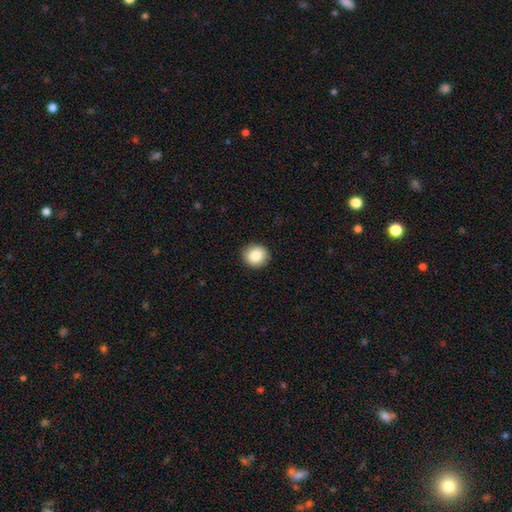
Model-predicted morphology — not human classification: Smooth or featured: smooth — 85% (star or artifact — 9%)
How rounded: round — 87% (in between — 12%)
Merging: none — 92% (minor disturbance — 5%)